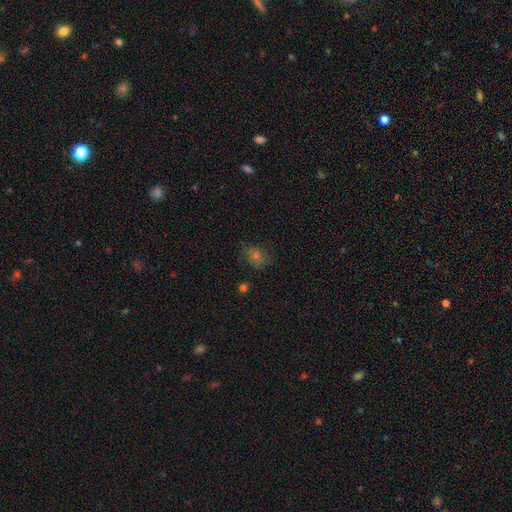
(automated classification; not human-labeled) A smooth galaxy with no disk features (54%) that is round (66%).

Vote fractions:
- Smooth or featured? smooth: 54% / star or artifact: 29% / featured or disk: 17%
- How rounded? round: 66% / in between: 32% / cigar-shaped: 1%
- Merging? none: 76% / minor disturbance: 16% / major disturbance: 6% / merger: 2%